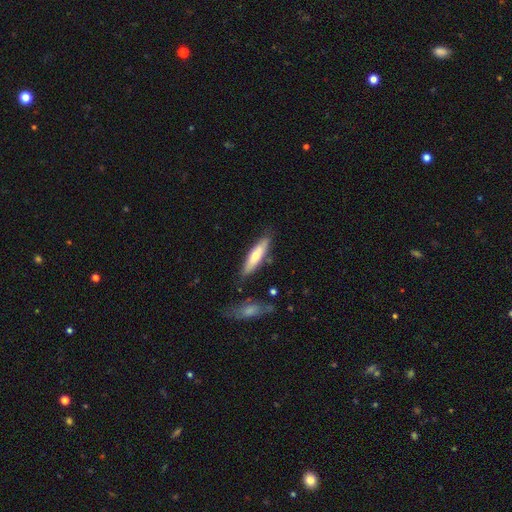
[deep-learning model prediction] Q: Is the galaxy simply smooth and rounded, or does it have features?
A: smooth — 60%.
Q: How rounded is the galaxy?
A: cigar-shaped — 73%.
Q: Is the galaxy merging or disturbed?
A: none — 79%.